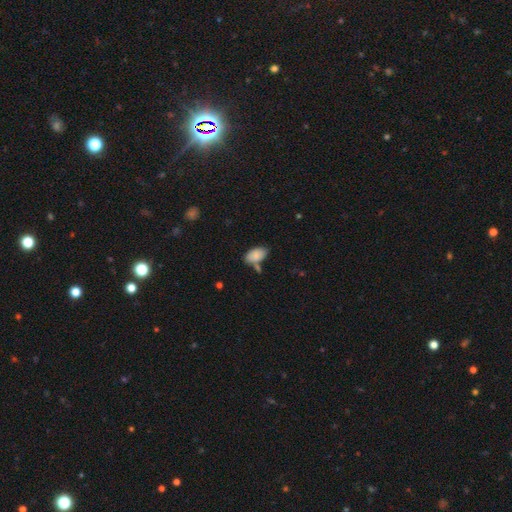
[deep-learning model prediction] Smooth or featured?
  - smooth: 86% *
  - star or artifact: 8%
  - featured or disk: 7%
How rounded?
  - in between: 94% *
  - round: 4%
  - cigar-shaped: 2%
Merging?
  - none: 60% *
  - minor disturbance: 19%
  - merger: 16%
  - major disturbance: 5%